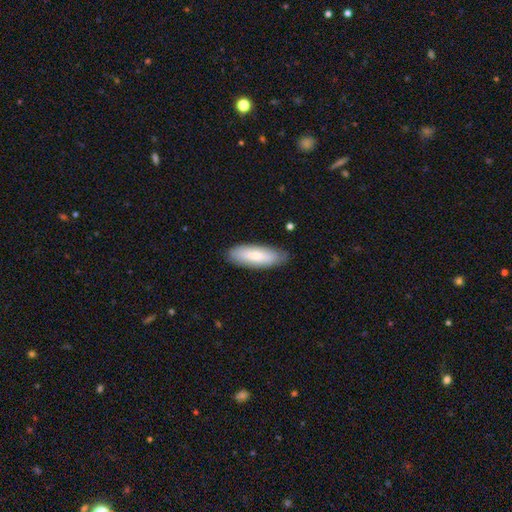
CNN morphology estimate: The model was most divided on "how rounded": in between: 64%, cigar-shaped: 34%, round: 2%. More confident: merging — none (84%); smooth or featured — smooth (78%).